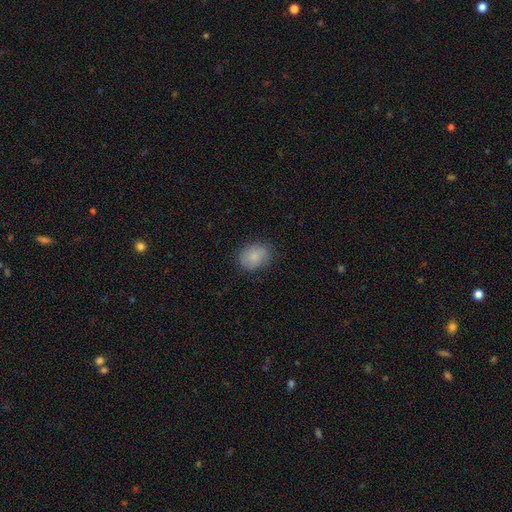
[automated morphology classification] Overall: smooth (82%). How rounded: in between (55%; round 44%). Merging: none (78%).